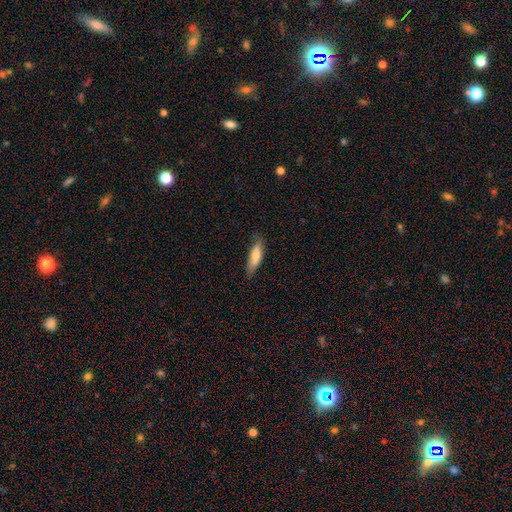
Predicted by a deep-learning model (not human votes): Smooth or featured: smooth — 76% (featured or disk — 19%)
How rounded: cigar-shaped — 60% (in between — 39%)
Merging: none — 77% (minor disturbance — 19%)